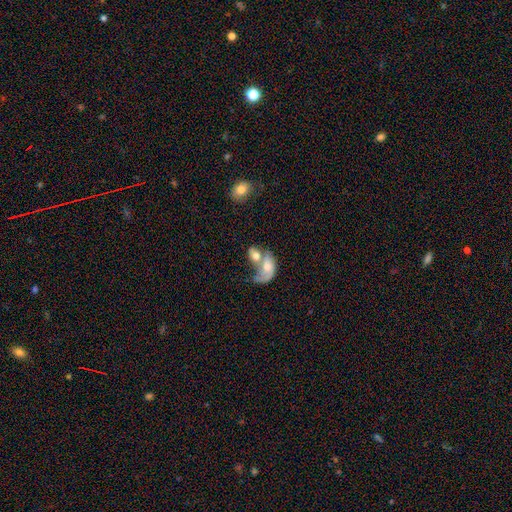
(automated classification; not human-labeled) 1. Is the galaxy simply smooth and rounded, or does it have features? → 54% smooth, 37% featured or disk, 9% star or artifact.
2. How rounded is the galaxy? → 78% in between, 19% round, 3% cigar-shaped.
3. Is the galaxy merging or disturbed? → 72% merger, 11% major disturbance, 11% none, 6% minor disturbance.